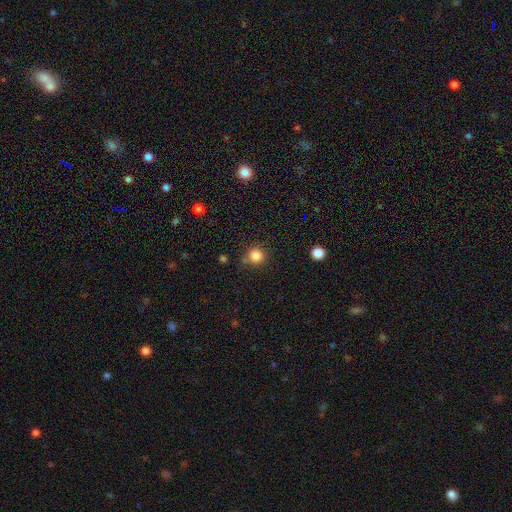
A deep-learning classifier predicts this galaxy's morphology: A smooth galaxy with no disk features (84%) that is round (93%). Merging: none (79%).